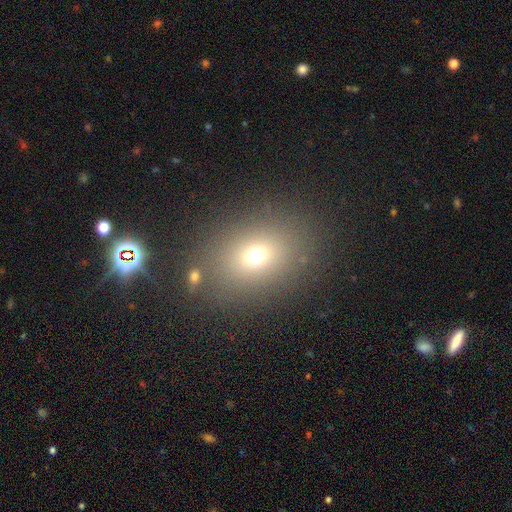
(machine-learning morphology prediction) A smooth galaxy with no disk features (68%) that is in between round and cigar-shaped (58%).

Vote fractions:
- Smooth or featured? smooth: 68% / star or artifact: 19% / featured or disk: 13%
- How rounded? in between: 58% / round: 40% / cigar-shaped: 2%
- Merging? none: 79% / minor disturbance: 10% / merger: 6% / major disturbance: 5%